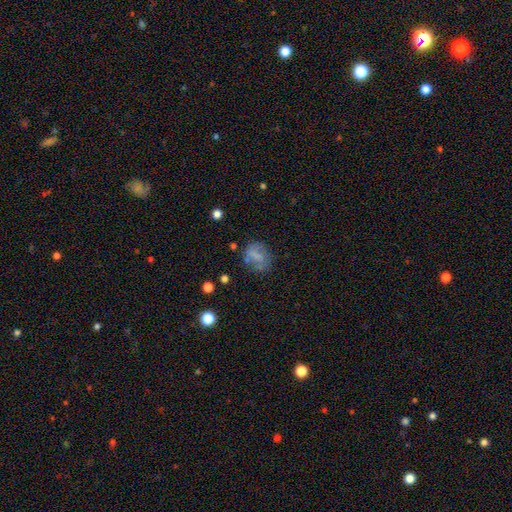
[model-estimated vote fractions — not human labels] smooth 61%, featured or disk 26%, star or artifact 13%. Down the decision tree: how rounded — in between (55%); merging — none (56%).